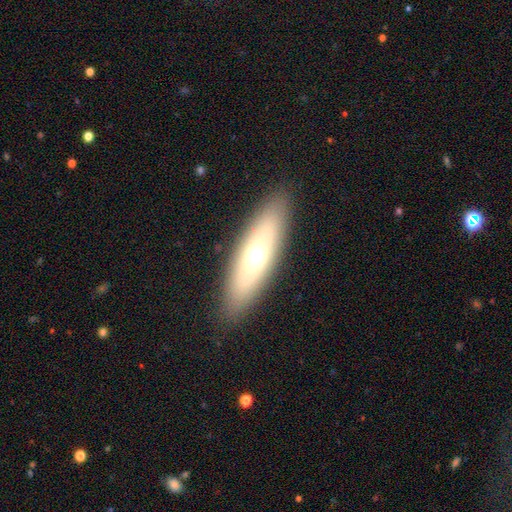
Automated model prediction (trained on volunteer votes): This appears to be a smooth galaxy with no disk features (57%) that is in between round and cigar-shaped (53%). Merging: none (88%).